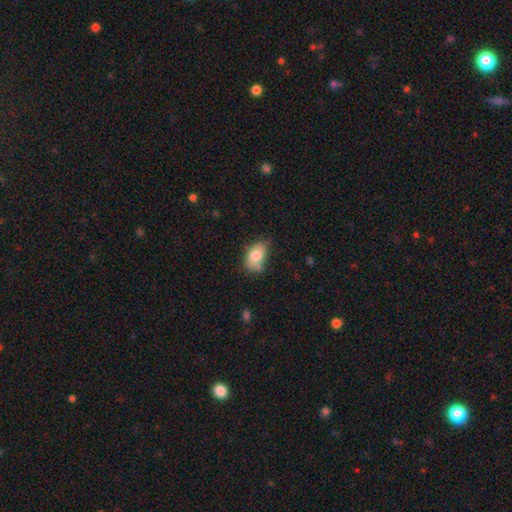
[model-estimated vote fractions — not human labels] Overall: smooth (79%). How rounded: in between (89%). Merging: none (53%; minor disturbance 33%).